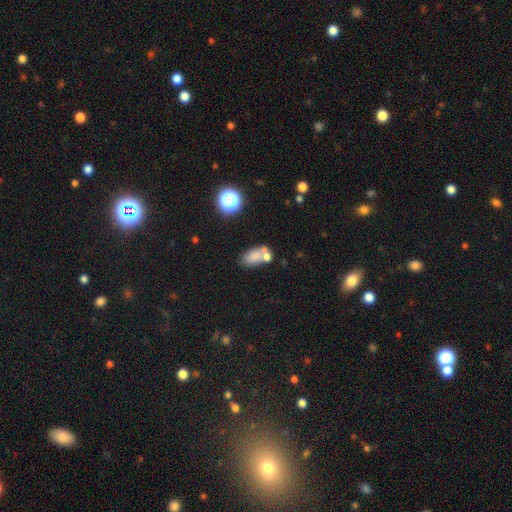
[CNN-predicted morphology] Smooth or featured?
  - smooth: 71% *
  - featured or disk: 16%
  - star or artifact: 13%
How rounded?
  - in between: 84% *
  - round: 13%
  - cigar-shaped: 3%
Merging?
  - none: 42% *
  - merger: 34%
  - minor disturbance: 16%
  - major disturbance: 8%